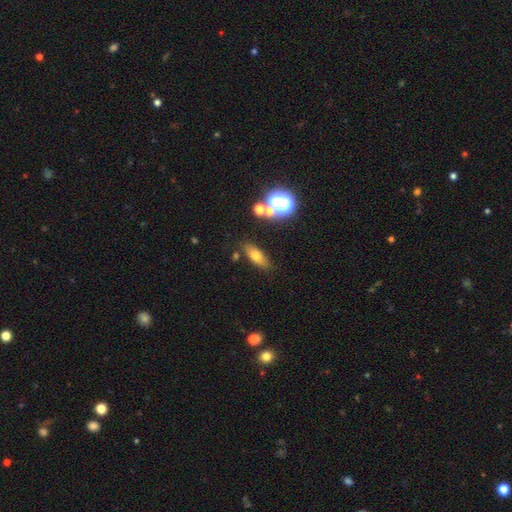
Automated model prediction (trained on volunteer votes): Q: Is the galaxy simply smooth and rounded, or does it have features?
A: smooth — 64%.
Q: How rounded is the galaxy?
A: in between — 61%.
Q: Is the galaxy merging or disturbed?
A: none — 79%.